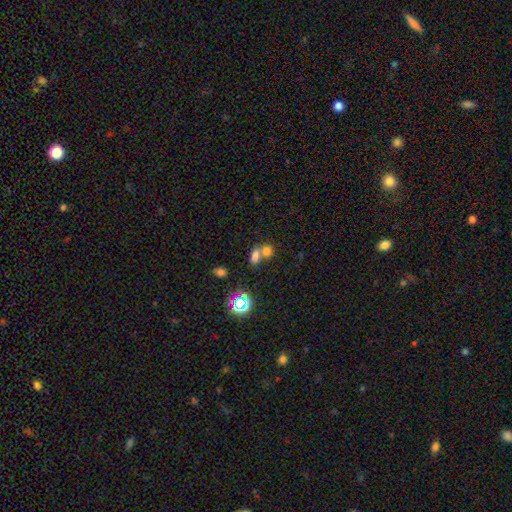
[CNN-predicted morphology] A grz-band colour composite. It shows a smooth galaxy with no disk features (71%) that is in between round and cigar-shaped (67%). Merging: merger (58%).